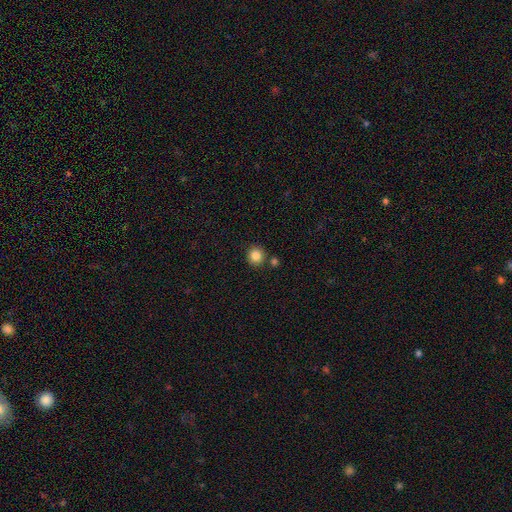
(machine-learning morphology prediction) smooth 85%, star or artifact 10%, featured or disk 5%. Down the decision tree: how rounded — round (91%); merging — none (82%).